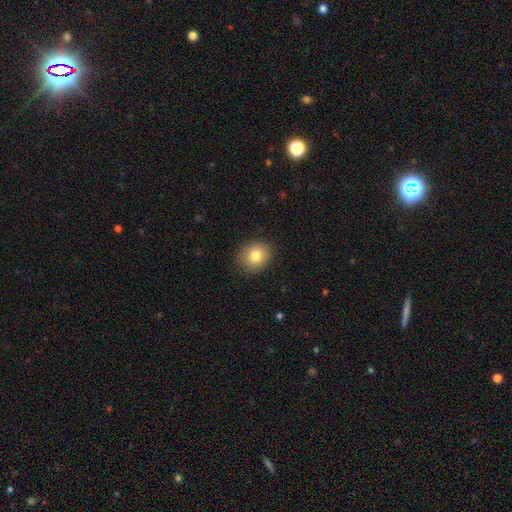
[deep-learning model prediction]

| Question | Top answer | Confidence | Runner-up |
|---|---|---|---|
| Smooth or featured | smooth | 80% | featured or disk (10%) |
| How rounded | round | 65% | in between (34%) |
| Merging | none | 88% | minor disturbance (8%) |